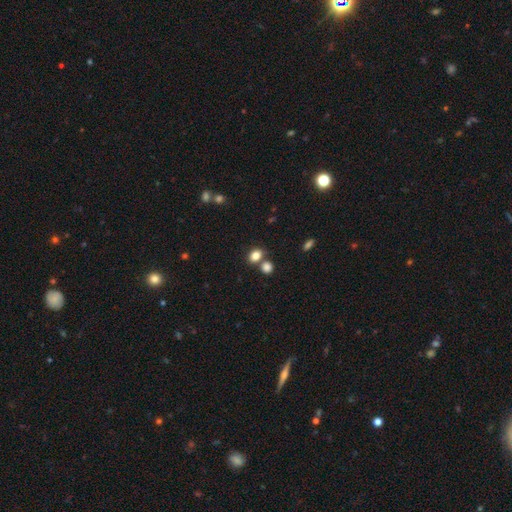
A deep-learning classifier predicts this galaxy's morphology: smooth 82%, star or artifact 11%, featured or disk 7%. Down the decision tree: how rounded — in between (58%); merging — none (58%).